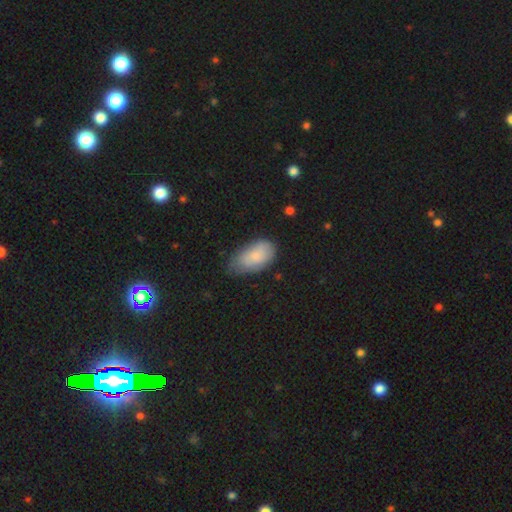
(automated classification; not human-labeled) Overall: smooth (78%). How rounded: in between (94%). Merging: none (49%; minor disturbance 39%).